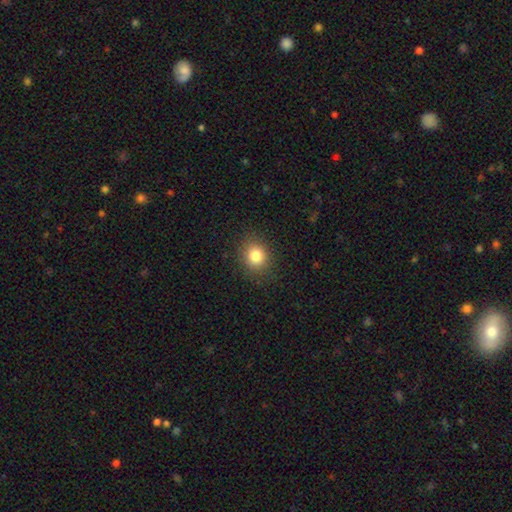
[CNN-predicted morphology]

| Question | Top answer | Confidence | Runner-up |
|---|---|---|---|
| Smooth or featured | smooth | 82% | star or artifact (12%) |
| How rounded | round | 74% | in between (25%) |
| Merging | none | 88% | minor disturbance (8%) |